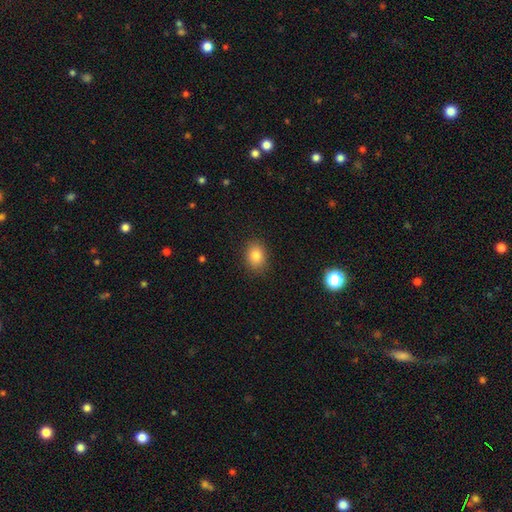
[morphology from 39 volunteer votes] smooth-or-featured: smooth: 85% | star or artifact: 10% | featured or disk: 5%
  how-rounded: in between: 52% | round: 48% | cigar-shaped: 0%
  merging: none: 89% | minor disturbance: 9% | major disturbance: 3% | merger: 0%